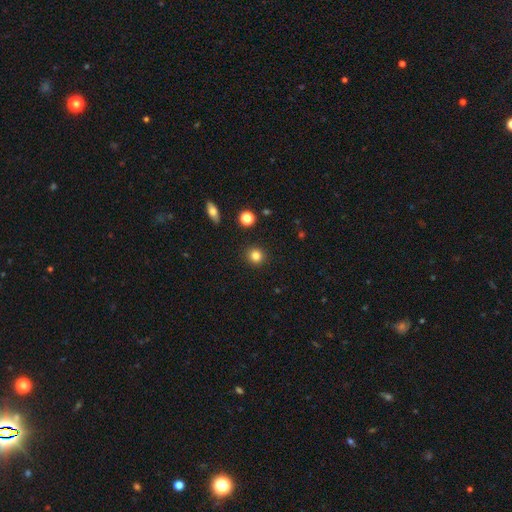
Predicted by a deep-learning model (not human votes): Smooth or featured?
  - smooth: 83% *
  - star or artifact: 12%
  - featured or disk: 5%
How rounded?
  - round: 91% *
  - in between: 8%
  - cigar-shaped: 1%
Merging?
  - none: 92% *
  - minor disturbance: 5%
  - major disturbance: 2%
  - merger: 1%